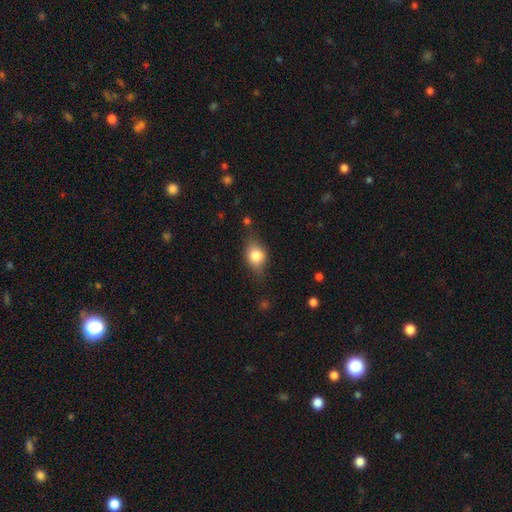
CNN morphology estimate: smooth_or_featured: smooth (p=0.71) [alt: featured or disk p=0.20]
how_rounded: in between (p=0.62) [alt: round p=0.34]
merging: none (p=0.63) [alt: minor disturbance p=0.26]